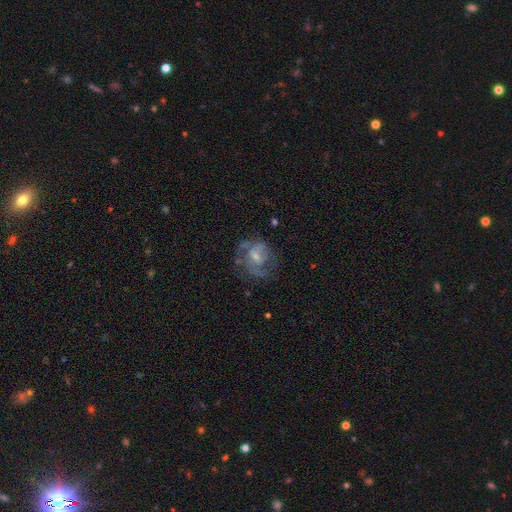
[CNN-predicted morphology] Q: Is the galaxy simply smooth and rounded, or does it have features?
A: featured or disk — 69%.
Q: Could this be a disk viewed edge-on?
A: no — 97%.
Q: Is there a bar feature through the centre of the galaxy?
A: no — 49%.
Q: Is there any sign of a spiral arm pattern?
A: yes — 78%.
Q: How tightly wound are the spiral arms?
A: medium — 45%.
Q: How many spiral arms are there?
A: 2 — 40%.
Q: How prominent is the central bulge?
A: small — 49%.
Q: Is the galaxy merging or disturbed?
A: none — 62%.